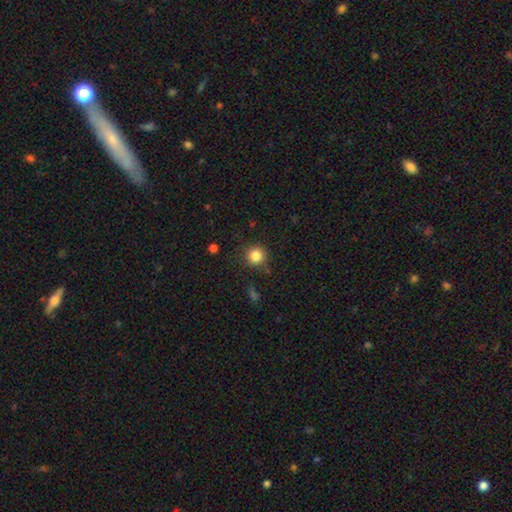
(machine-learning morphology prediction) Overall: smooth (84%). How rounded: round (94%). Merging: none (87%).